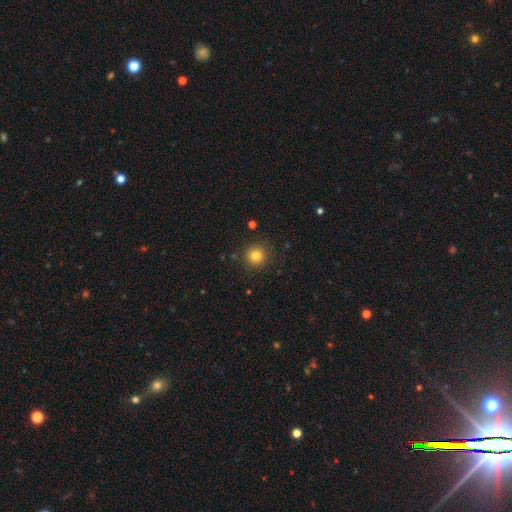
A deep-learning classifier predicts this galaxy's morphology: Smooth or featured: smooth — 81% (star or artifact — 13%)
How rounded: round — 93% (in between — 6%)
Merging: none — 88% (minor disturbance — 8%)